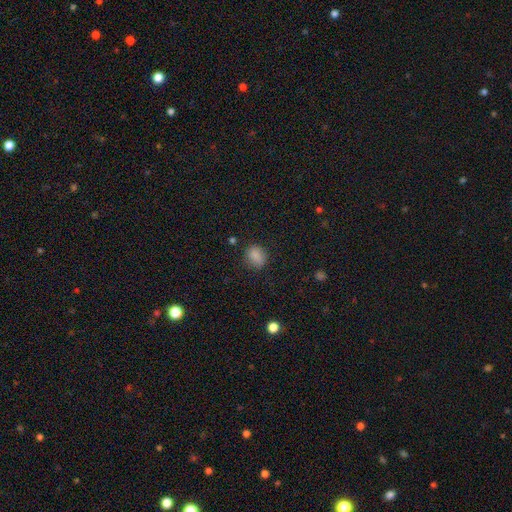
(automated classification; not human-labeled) The model was most divided on "how rounded": round: 57%, in between: 42%, cigar-shaped: 1%. More confident: smooth or featured — smooth (84%); merging — none (82%).